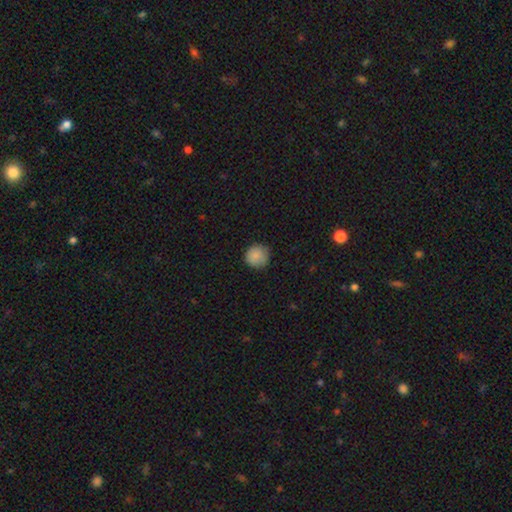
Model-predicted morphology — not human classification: This is clearly a smooth galaxy (87%). How rounded: clearly round (94%). Merging: clearly none (86%).